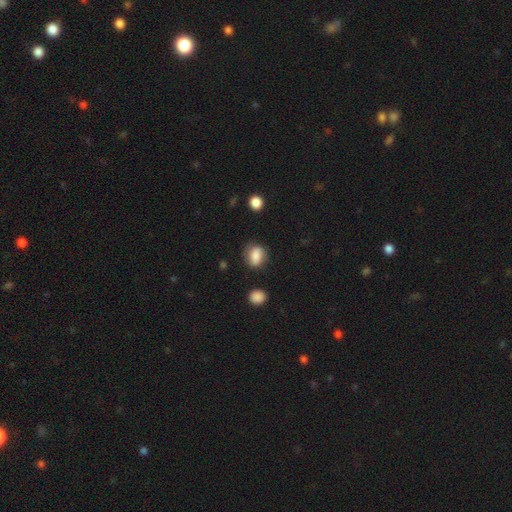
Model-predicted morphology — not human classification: A smooth galaxy with no disk features (77%) that is in between round and cigar-shaped (60%). Merging: none (70%).